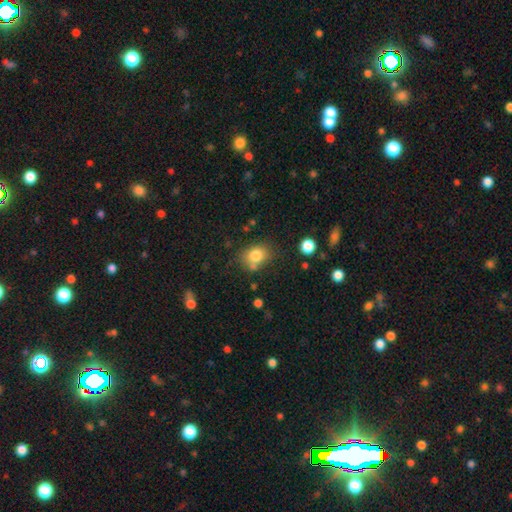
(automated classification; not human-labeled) Overall: smooth (80%). How rounded: round (50%; in between 49%). Merging: none (65%).